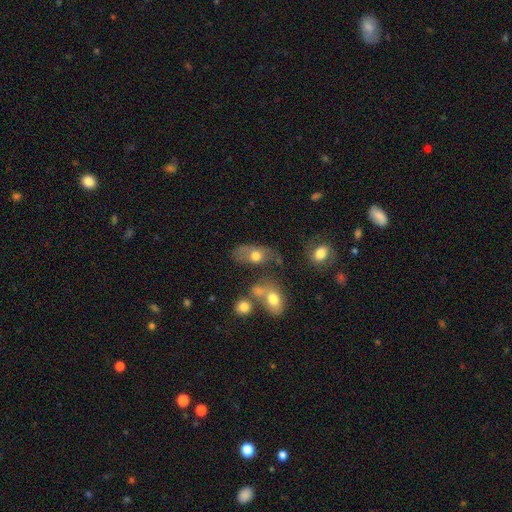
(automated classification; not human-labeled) Smooth or featured? smooth (64%)
How rounded? in between (81%)
Merging? none (37%)